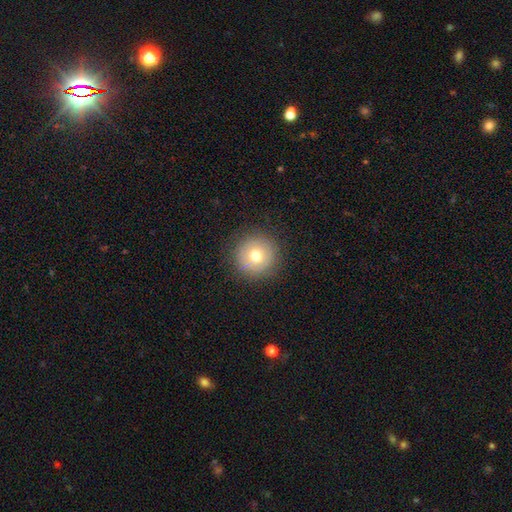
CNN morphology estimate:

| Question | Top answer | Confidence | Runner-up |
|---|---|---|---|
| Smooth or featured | smooth | 70% | featured or disk (18%) |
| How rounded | round | 96% | in between (3%) |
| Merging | none | 89% | minor disturbance (7%) |